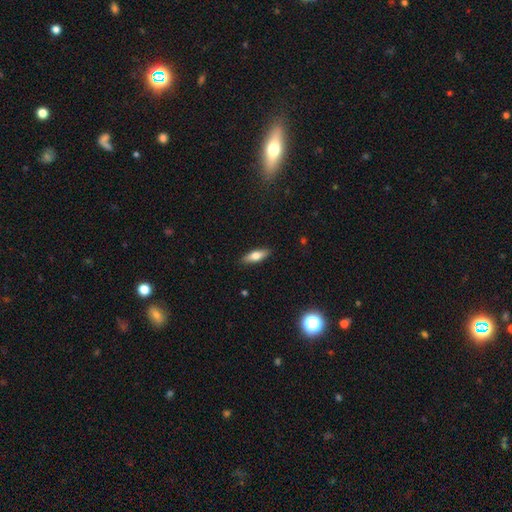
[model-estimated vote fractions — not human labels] The model was most divided on "how rounded": in between: 54%, cigar-shaped: 43%, round: 3%. More confident: merging — none (88%); smooth or featured — smooth (68%).